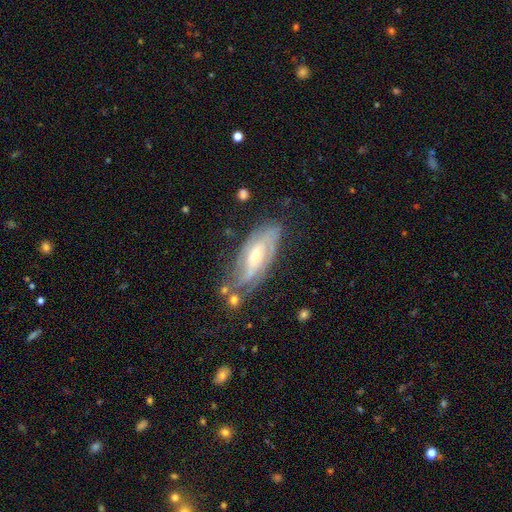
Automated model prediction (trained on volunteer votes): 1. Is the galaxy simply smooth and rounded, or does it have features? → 80% featured or disk, 13% smooth, 6% star or artifact.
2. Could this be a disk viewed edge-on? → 88% no, 12% yes.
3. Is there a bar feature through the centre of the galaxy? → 50% no, 39% weak, 11% strong.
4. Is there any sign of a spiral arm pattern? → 92% yes, 8% no.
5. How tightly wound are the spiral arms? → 54% tight, 35% medium, 11% loose.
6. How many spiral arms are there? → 36% can't tell, 35% 2, 16% 3, 5% 4, 4% 1, 3% more than 4.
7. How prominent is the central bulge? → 50% moderate, 45% small, 3% large, 2% none, 1% dominant.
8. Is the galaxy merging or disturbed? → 66% none, 22% minor disturbance, 8% major disturbance, 4% merger.